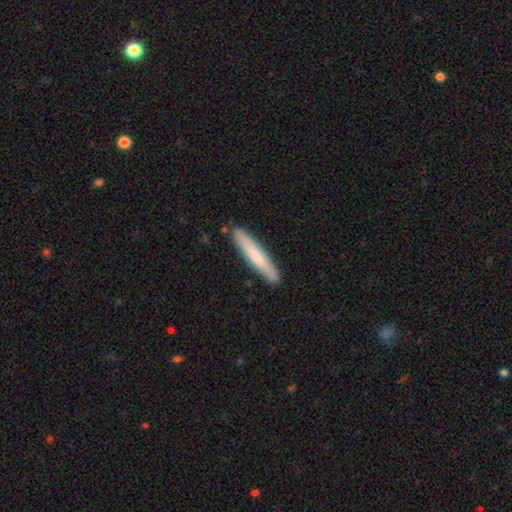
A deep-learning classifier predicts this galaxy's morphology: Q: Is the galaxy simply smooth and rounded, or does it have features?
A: smooth — 70%.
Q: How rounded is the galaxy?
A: cigar-shaped — 93%.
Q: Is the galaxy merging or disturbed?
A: none — 88%.